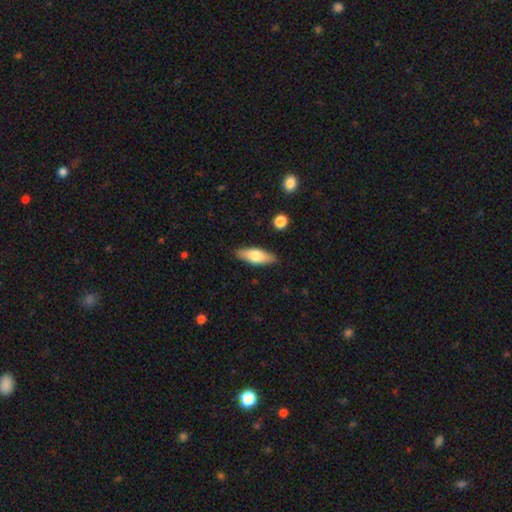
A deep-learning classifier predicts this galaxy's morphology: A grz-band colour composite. It shows a smooth galaxy with no disk features (66%) that is in between round and cigar-shaped (63%). Merging: none (86%).